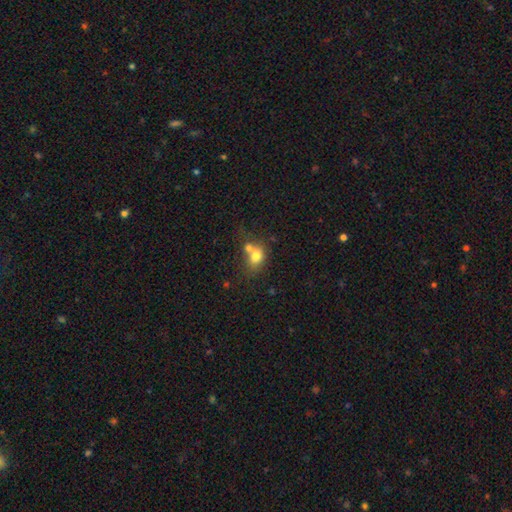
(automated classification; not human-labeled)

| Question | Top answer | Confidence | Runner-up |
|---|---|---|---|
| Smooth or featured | smooth | 73% | featured or disk (16%) |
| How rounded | in between | 56% | round (42%) |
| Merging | merger | 53% | none (28%) |